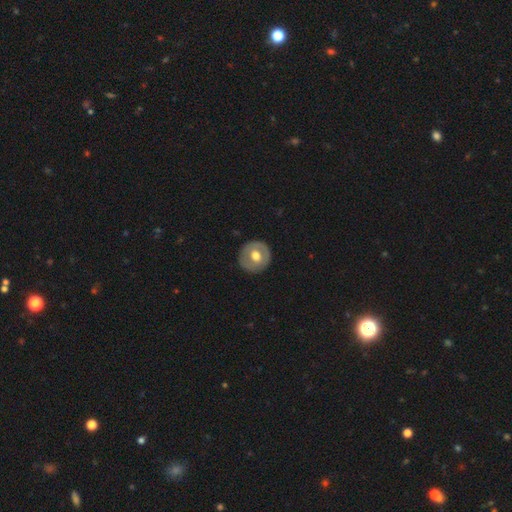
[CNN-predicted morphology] Smooth or featured?
  - smooth: 52% *
  - featured or disk: 42%
  - star or artifact: 6%
How rounded?
  - round: 92% *
  - in between: 7%
  - cigar-shaped: 1%
Merging?
  - none: 87% *
  - minor disturbance: 9%
  - major disturbance: 3%
  - merger: 1%